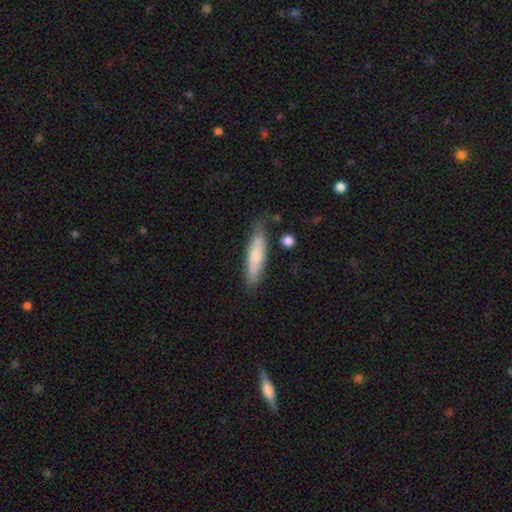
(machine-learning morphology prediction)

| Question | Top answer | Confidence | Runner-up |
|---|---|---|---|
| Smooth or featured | smooth | 69% | featured or disk (26%) |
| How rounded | cigar-shaped | 80% | in between (19%) |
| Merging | none | 79% | minor disturbance (15%) |